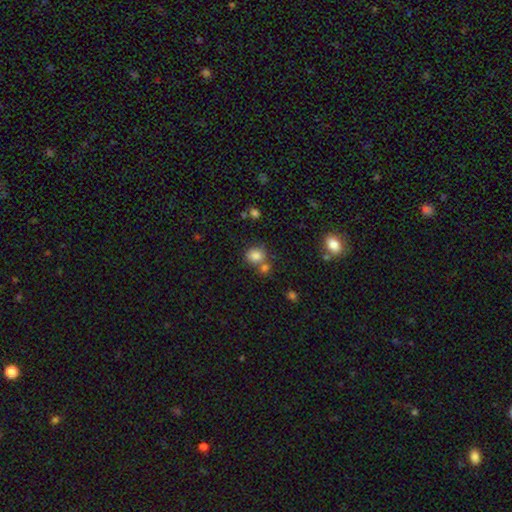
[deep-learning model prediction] smooth-or-featured: smooth: 83% | star or artifact: 11% | featured or disk: 6%
  how-rounded: round: 72% | in between: 27% | cigar-shaped: 1%
  merging: none: 59% | merger: 24% | minor disturbance: 12% | major disturbance: 4%